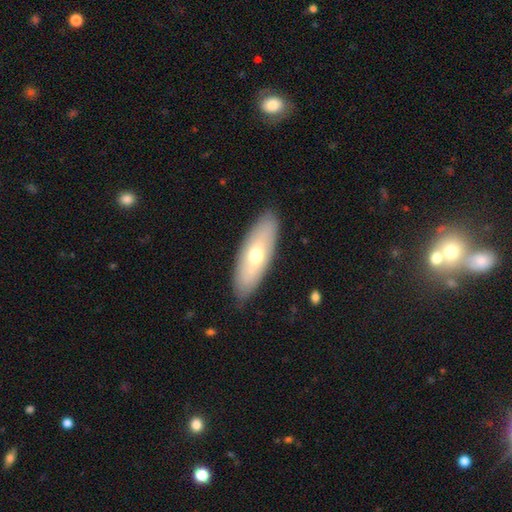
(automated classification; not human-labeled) Smooth or featured? smooth (57%)
How rounded? in between (68%)
Merging? none (86%)